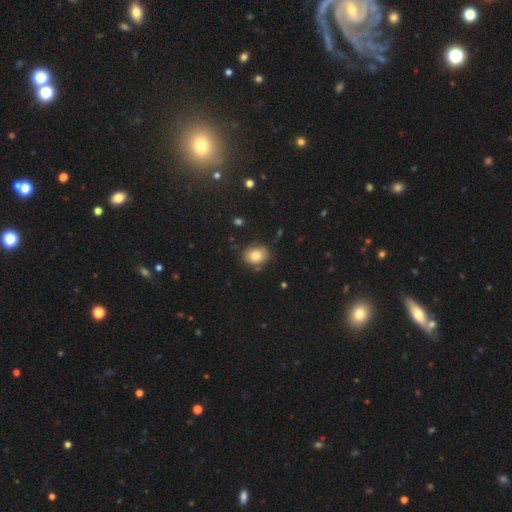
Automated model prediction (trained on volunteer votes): The model was most divided on "how rounded": round: 57%, in between: 42%, cigar-shaped: 1%. More confident: merging — none (81%); smooth or featured — smooth (80%).